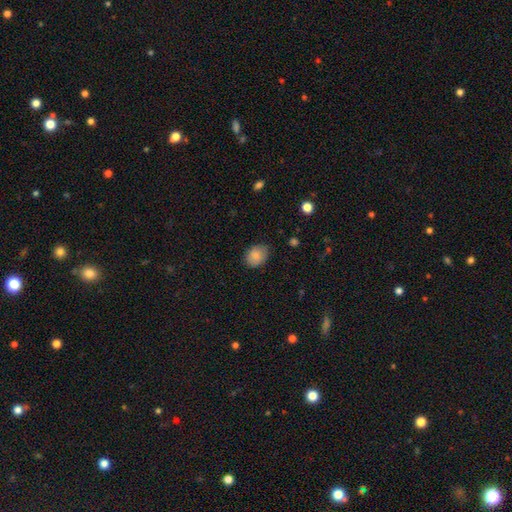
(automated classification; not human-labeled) This appears to be a smooth galaxy with no disk features (86%) that is in between round and cigar-shaped (60%). Merging: none (80%).